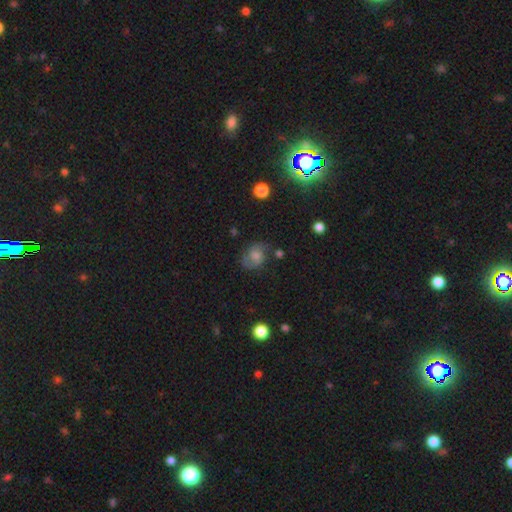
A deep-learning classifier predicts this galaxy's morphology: The model was most divided on "smooth or featured": featured or disk: 48%, smooth: 34%, star or artifact: 18%. More confident: merging — none (67%).